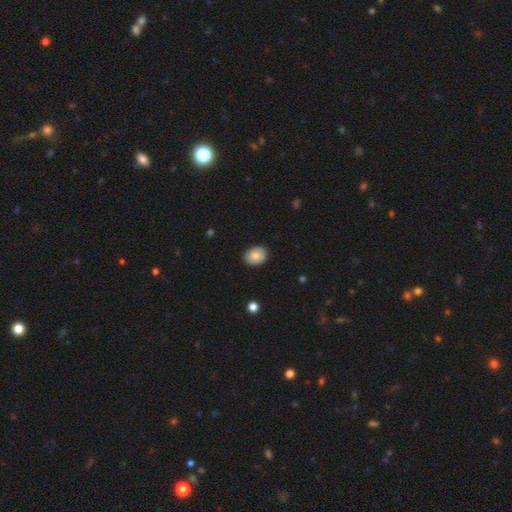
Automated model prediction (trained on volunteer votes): Q: Smooth or featured?
A: smooth (83%); runner-up: featured or disk (9%)
Q: How rounded?
A: in between (65%); runner-up: round (35%)
Q: Merging?
A: none (85%); runner-up: minor disturbance (11%)